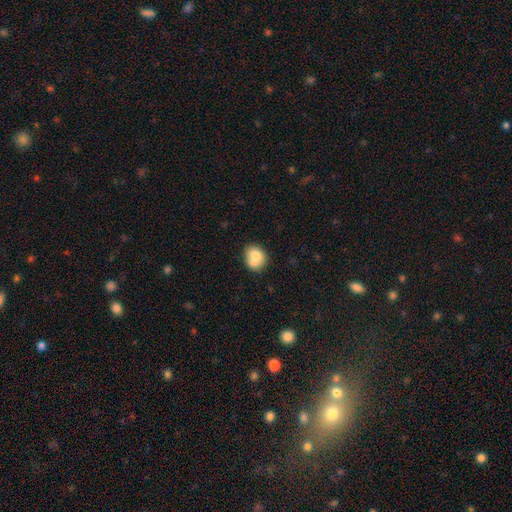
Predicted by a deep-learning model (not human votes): This is likely a smooth galaxy (72%). How rounded: likely round (60%). Merging: marginally merger (42%).